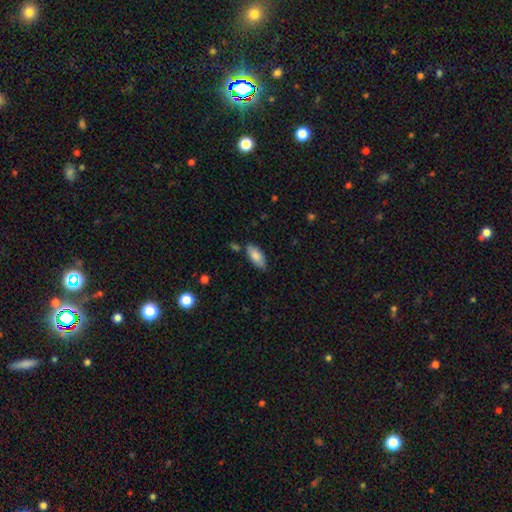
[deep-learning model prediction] This appears to be a smooth galaxy with no disk features (83%) that is in between round and cigar-shaped (85%). Merging: none (74%).